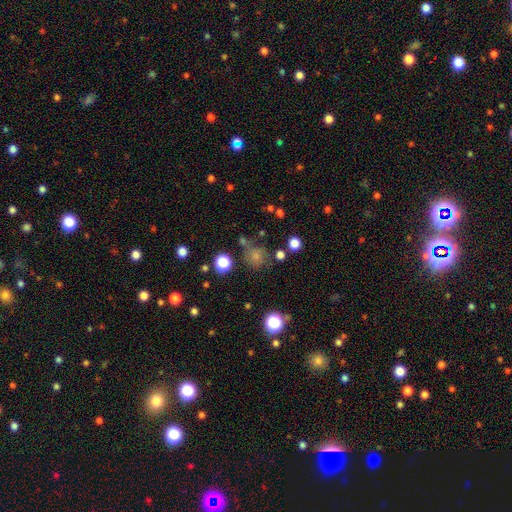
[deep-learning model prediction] smooth-or-featured: smooth: 68% | star or artifact: 20% | featured or disk: 12%
  how-rounded: round: 84% | in between: 15% | cigar-shaped: 1%
  merging: none: 62% | minor disturbance: 18% | merger: 11% | major disturbance: 9%